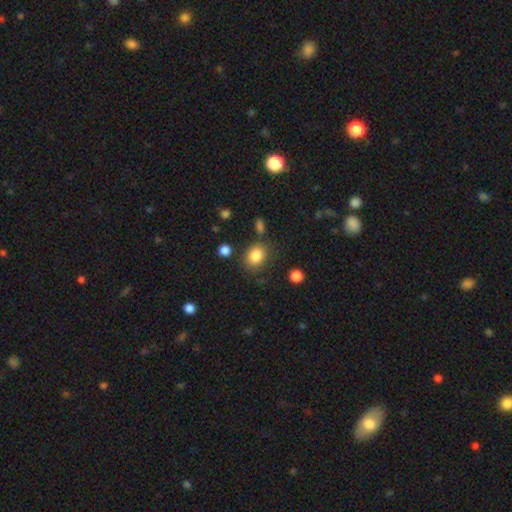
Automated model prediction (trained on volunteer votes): Q: Smooth or featured?
A: smooth (85%); runner-up: star or artifact (9%)
Q: How rounded?
A: round (57%); runner-up: in between (42%)
Q: Merging?
A: none (75%); runner-up: minor disturbance (14%)